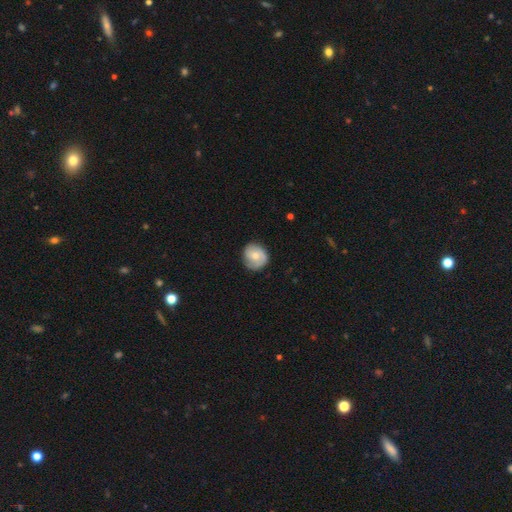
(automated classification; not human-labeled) Q: Smooth or featured?
A: smooth (56%); runner-up: featured or disk (37%)
Q: How rounded?
A: round (83%); runner-up: in between (16%)
Q: Merging?
A: none (72%); runner-up: minor disturbance (22%)